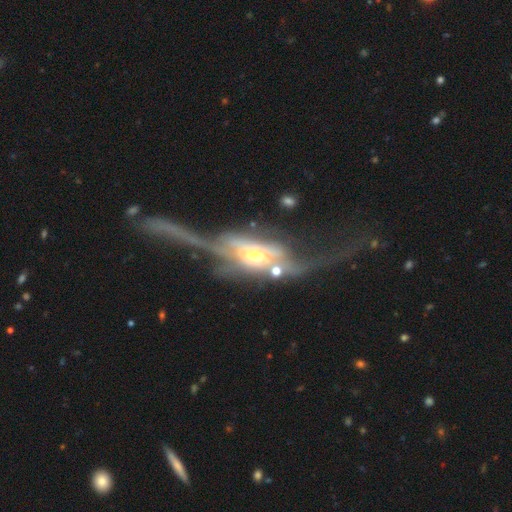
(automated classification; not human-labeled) The model was most divided on "spiral arms": yes: 53%, no: 47%. More confident: smooth or featured — featured or disk (74%); edge-on disk — no (74%); bar — no (70%); bulge size — moderate (65%); merging — major disturbance (51%).